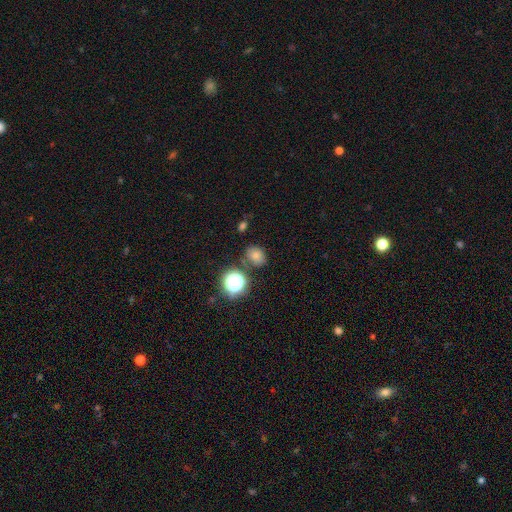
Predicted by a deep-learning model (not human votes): Smooth or featured?
  - smooth: 71% *
  - star or artifact: 21%
  - featured or disk: 8%
How rounded?
  - round: 61% *
  - in between: 38%
  - cigar-shaped: 1%
Merging?
  - none: 78% *
  - minor disturbance: 13%
  - merger: 6%
  - major disturbance: 4%